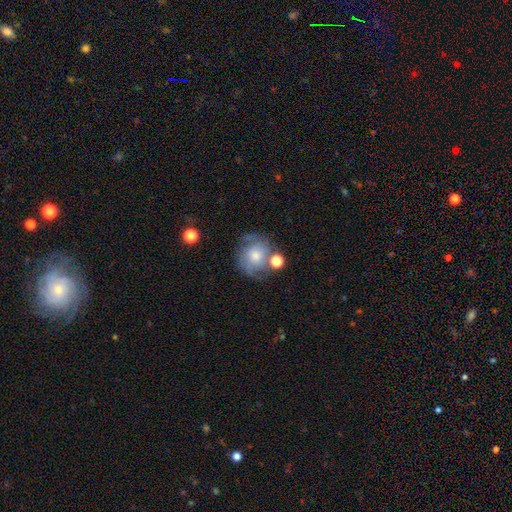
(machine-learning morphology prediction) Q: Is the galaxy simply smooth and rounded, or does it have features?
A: smooth — 46%.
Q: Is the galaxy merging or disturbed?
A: none — 54%.